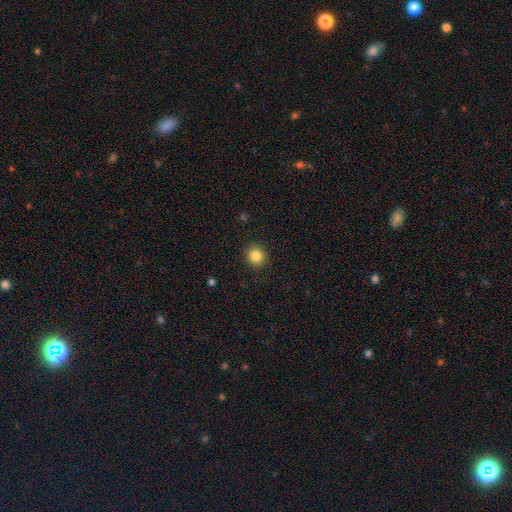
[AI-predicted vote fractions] This is clearly a smooth galaxy (85%). How rounded: clearly round (86%). Merging: clearly none (91%).